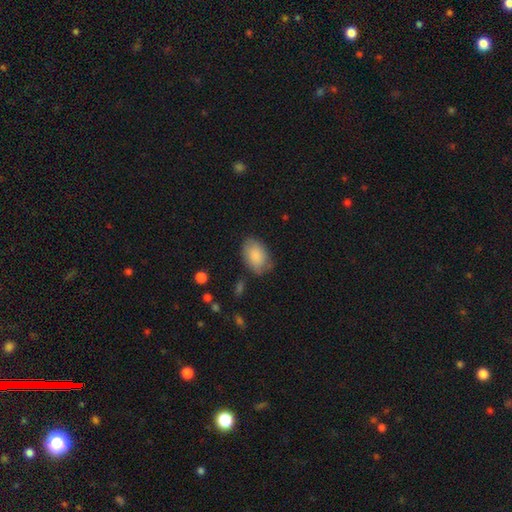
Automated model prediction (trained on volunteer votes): Smooth or featured?
  - smooth: 82% *
  - featured or disk: 11%
  - star or artifact: 6%
How rounded?
  - in between: 86% *
  - round: 13%
  - cigar-shaped: 1%
Merging?
  - none: 67% *
  - minor disturbance: 24%
  - major disturbance: 6%
  - merger: 2%